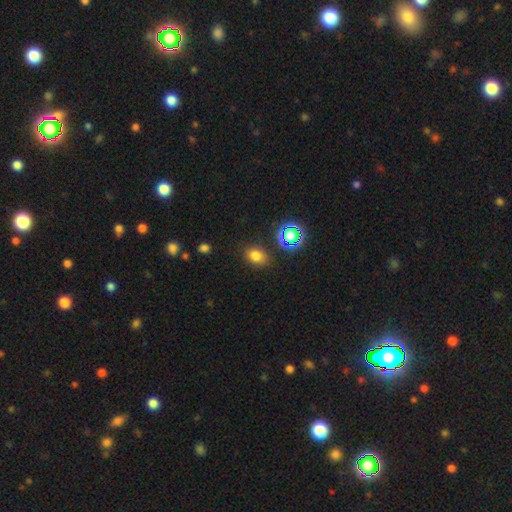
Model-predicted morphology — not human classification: A smooth galaxy with no disk features (74%) that is in between round and cigar-shaped (59%).

Vote fractions:
- Smooth or featured? smooth: 74% / star or artifact: 18% / featured or disk: 8%
- How rounded? in between: 59% / round: 40% / cigar-shaped: 1%
- Merging? none: 83% / minor disturbance: 11% / major disturbance: 3% / merger: 3%